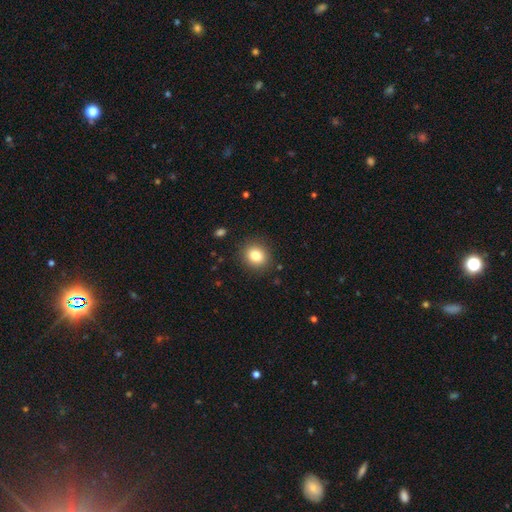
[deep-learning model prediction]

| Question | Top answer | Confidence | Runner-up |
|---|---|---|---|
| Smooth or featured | smooth | 82% | star or artifact (11%) |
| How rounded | round | 75% | in between (24%) |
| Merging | none | 89% | minor disturbance (7%) |